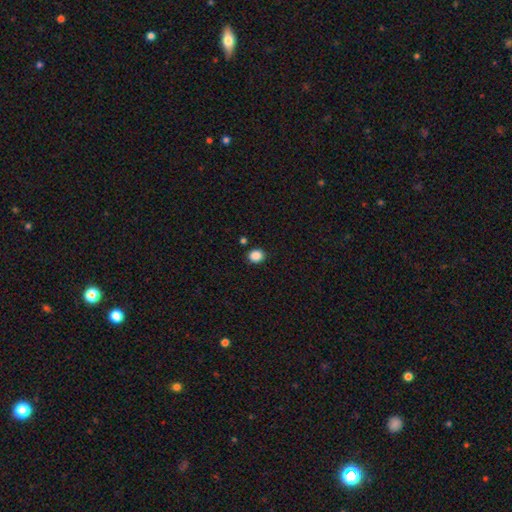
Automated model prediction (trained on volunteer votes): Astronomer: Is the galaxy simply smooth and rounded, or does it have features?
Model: smooth — 87%.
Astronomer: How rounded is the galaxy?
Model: round — 70%.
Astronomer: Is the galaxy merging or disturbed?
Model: none — 86%.